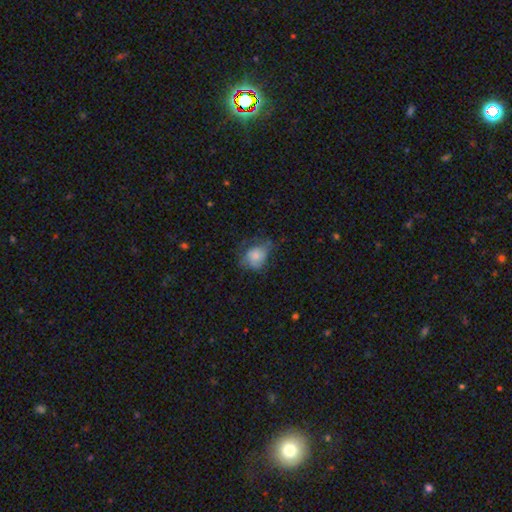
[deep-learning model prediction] This is likely a smooth galaxy (68%). How rounded: possibly round (53%). Merging: marginally none (44%).